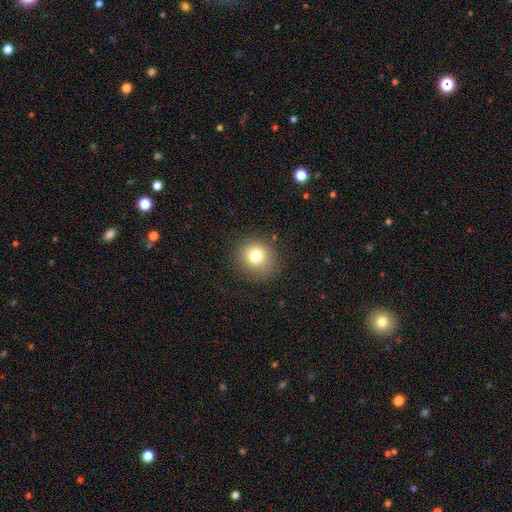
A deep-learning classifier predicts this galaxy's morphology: smooth_or_featured: smooth (p=0.78) [alt: star or artifact p=0.13]
how_rounded: round (p=0.84) [alt: in between p=0.15]
merging: none (p=0.86) [alt: minor disturbance p=0.09]